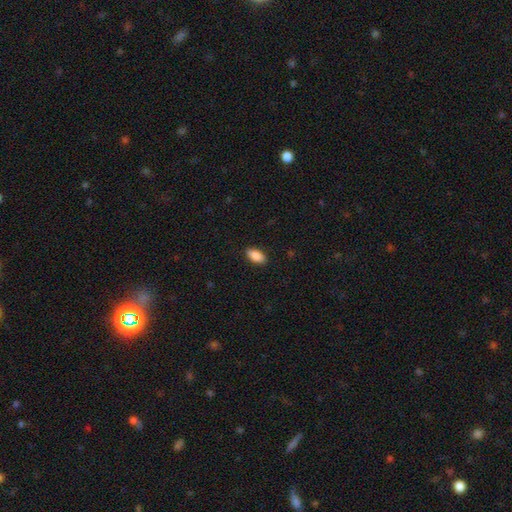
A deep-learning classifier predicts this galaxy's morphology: smooth_or_featured: smooth (p=0.88) [alt: star or artifact p=0.07]
how_rounded: in between (p=0.92) [alt: cigar-shaped p=0.05]
merging: none (p=0.89) [alt: minor disturbance p=0.08]